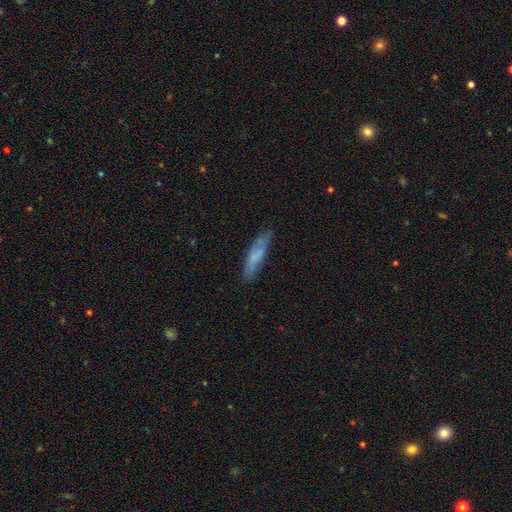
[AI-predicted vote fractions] Smooth or featured? Predicted: smooth (p=0.61). How rounded? Predicted: cigar-shaped (p=0.76). Merging? Predicted: none (p=0.74).